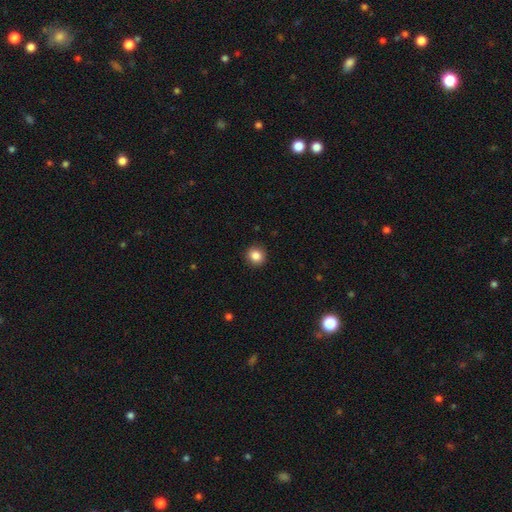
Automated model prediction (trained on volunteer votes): Smooth or featured?
  - smooth: 85% *
  - star or artifact: 10%
  - featured or disk: 5%
How rounded?
  - round: 89% *
  - in between: 10%
  - cigar-shaped: 1%
Merging?
  - none: 91% *
  - minor disturbance: 6%
  - major disturbance: 2%
  - merger: 1%